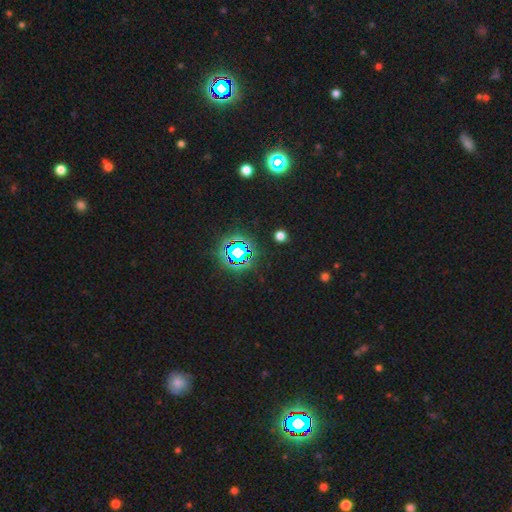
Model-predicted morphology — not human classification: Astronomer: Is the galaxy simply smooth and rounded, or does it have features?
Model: star or artifact — 80%.